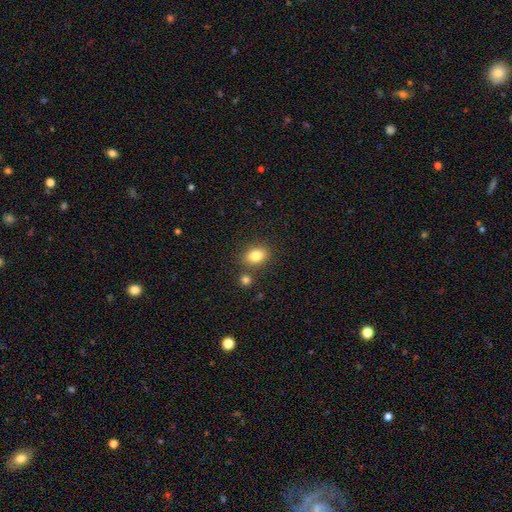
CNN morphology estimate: Smooth or featured? Predicted: smooth (p=0.83). How rounded? Predicted: in between (p=0.66). Merging? Predicted: none (p=0.77).